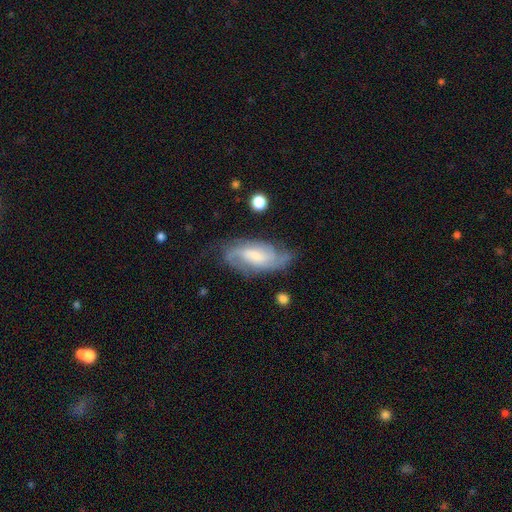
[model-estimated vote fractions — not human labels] The model was most divided on "bar": weak: 47%, no: 38%, strong: 15%. Remaining: spiral arms — yes (94%); edge-on disk — no (93%); smooth or featured — featured or disk (76%); merging — none (68%); spiral arm count — 2 (52%); spiral winding — medium (46%); bulge size — small (45%).